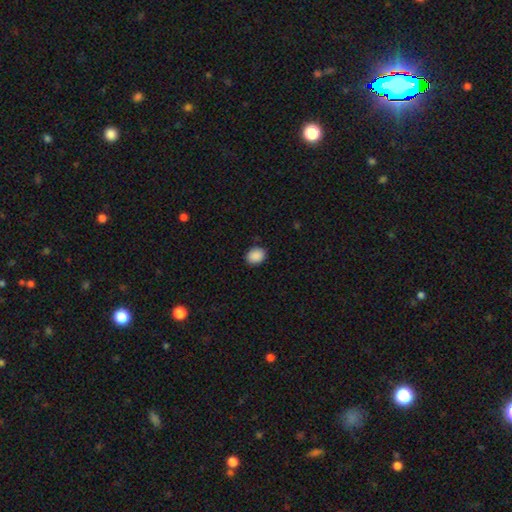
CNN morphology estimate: A smooth galaxy with no disk features (90%) that is in between round and cigar-shaped (52%). Merging: none (88%).